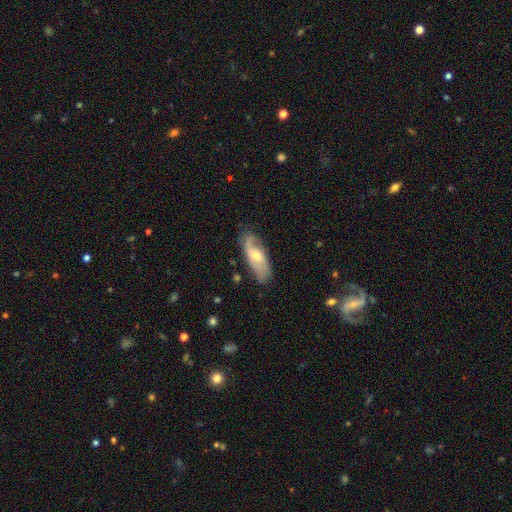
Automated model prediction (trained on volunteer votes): Smooth or featured? featured or disk (65%)
Edge-on disk? no (85%)
Bar? no (66%)
Spiral arms? yes (85%)
Bulge size? moderate (53%)
Merging? none (72%)